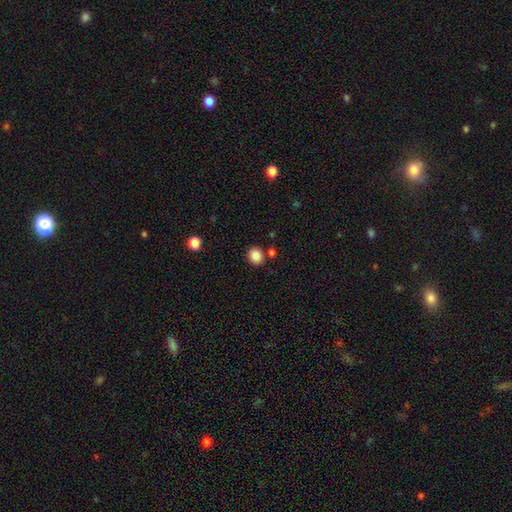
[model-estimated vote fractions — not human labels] This appears to be a smooth galaxy with no disk features (86%) that is round (77%). Merging: none (82%).